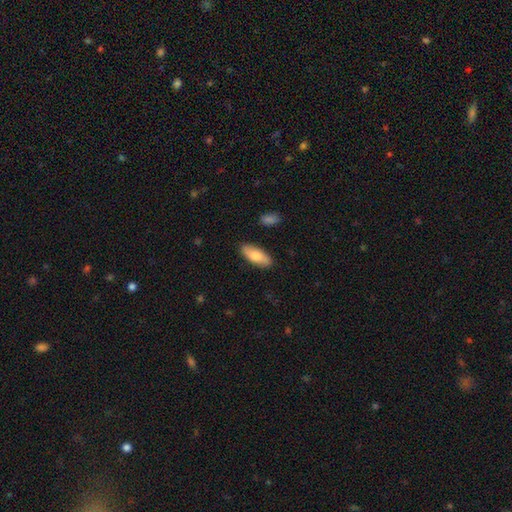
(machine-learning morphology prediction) type=smooth (76%); roundness=in between (80%); merging=none (87%).